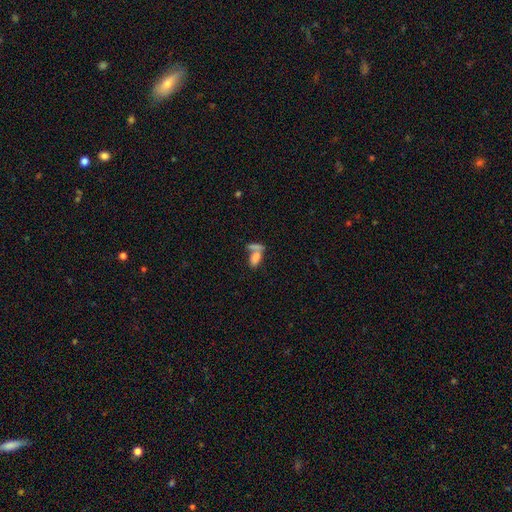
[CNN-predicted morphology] This is likely a smooth galaxy (78%). How rounded: clearly in between (85%). Merging: possibly merger (55%).